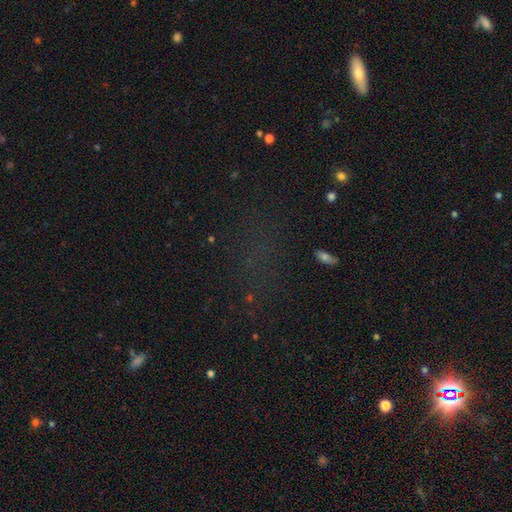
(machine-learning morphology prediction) Smooth or featured?
  - star or artifact: 56% *
  - smooth: 29%
  - featured or disk: 15%